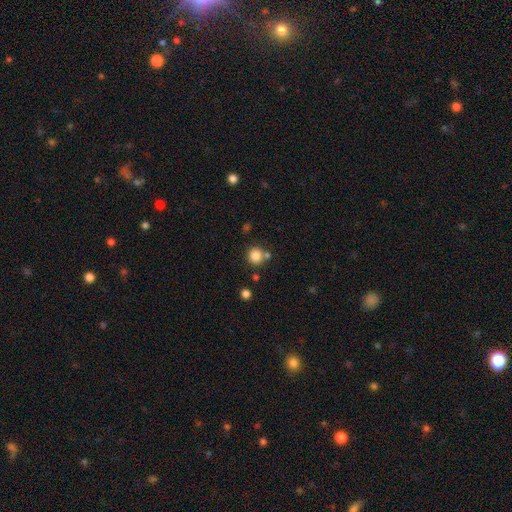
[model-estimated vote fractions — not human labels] smooth-or-featured: smooth: 84% | star or artifact: 11% | featured or disk: 5%
  how-rounded: round: 92% | in between: 7% | cigar-shaped: 1%
  merging: none: 74% | merger: 15% | minor disturbance: 9% | major disturbance: 3%